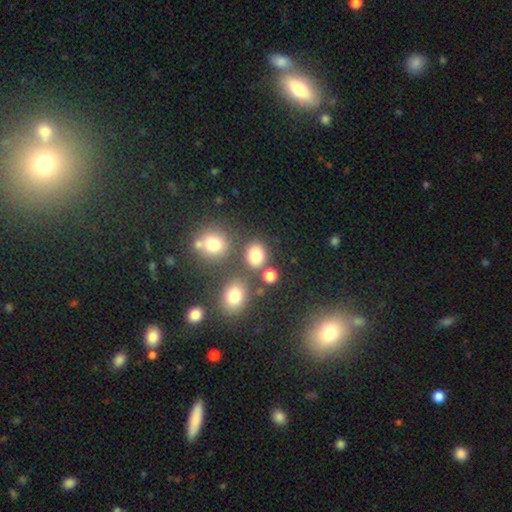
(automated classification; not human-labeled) Morphology: type=smooth (76%); roundness=round (66%); merging=none (71%).